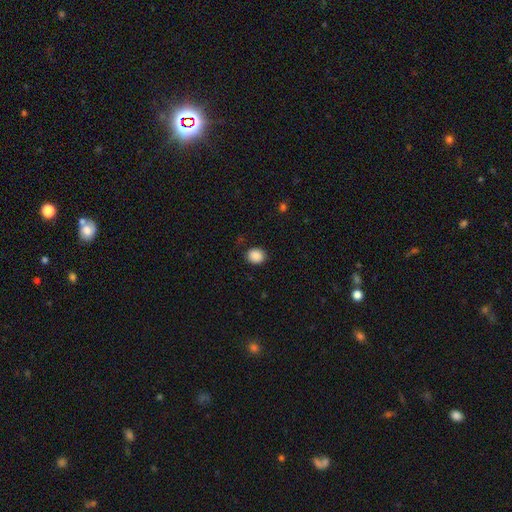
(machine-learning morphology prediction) Overall: smooth (89%). How rounded: round (70%). Merging: none (87%).